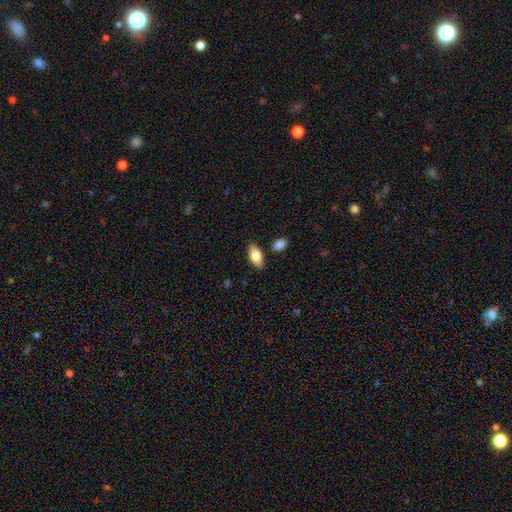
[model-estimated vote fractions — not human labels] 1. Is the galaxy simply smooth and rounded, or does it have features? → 78% smooth, 15% featured or disk, 6% star or artifact.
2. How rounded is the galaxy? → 89% in between, 7% cigar-shaped, 3% round.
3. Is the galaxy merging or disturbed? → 83% none, 11% minor disturbance, 4% merger, 2% major disturbance.